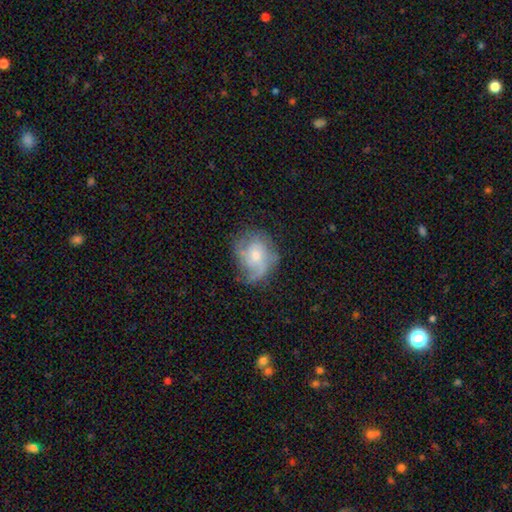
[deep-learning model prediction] Q: Smooth or featured?
A: featured or disk (64%); runner-up: smooth (29%)
Q: Edge-on disk?
A: no (97%); runner-up: yes (3%)
Q: Bar?
A: no (76%); runner-up: weak (21%)
Q: Spiral arms?
A: yes (80%); runner-up: no (20%)
Q: Spiral winding?
A: medium (40%); runner-up: tight (34%)
Q: Spiral arm count?
A: can't tell (35%); runner-up: 2 (25%)
Q: Bulge size?
A: moderate (55%); runner-up: small (38%)
Q: Merging?
A: none (55%); runner-up: minor disturbance (26%)